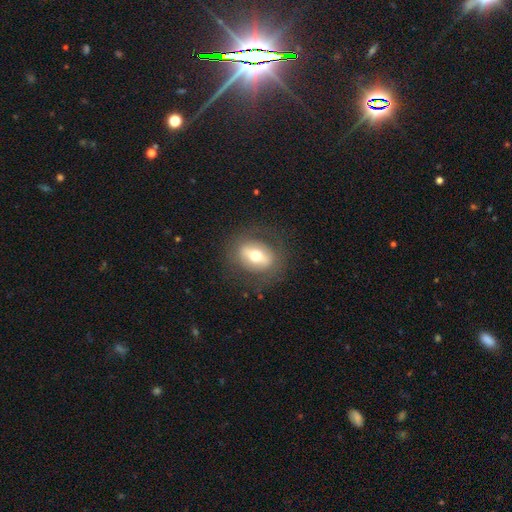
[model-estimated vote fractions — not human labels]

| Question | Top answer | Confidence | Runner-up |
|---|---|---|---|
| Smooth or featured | smooth | 47% | featured or disk (44%) |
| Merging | none | 80% | minor disturbance (12%) |